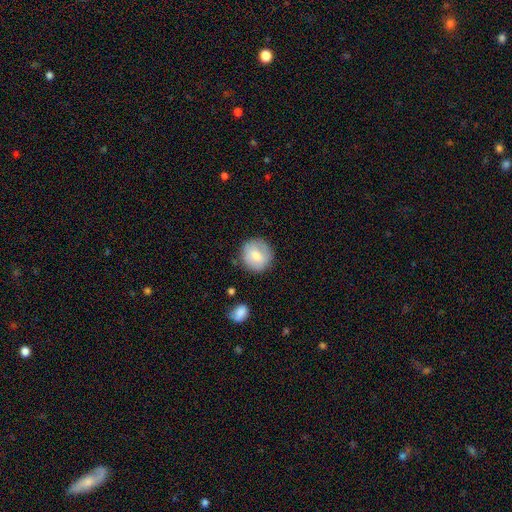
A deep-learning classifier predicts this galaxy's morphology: A smooth galaxy with no disk features (72%) that is round (92%).

Vote fractions:
- Smooth or featured? smooth: 72% / featured or disk: 21% / star or artifact: 7%
- How rounded? round: 92% / in between: 7% / cigar-shaped: 1%
- Merging? none: 82% / minor disturbance: 12% / major disturbance: 3% / merger: 2%